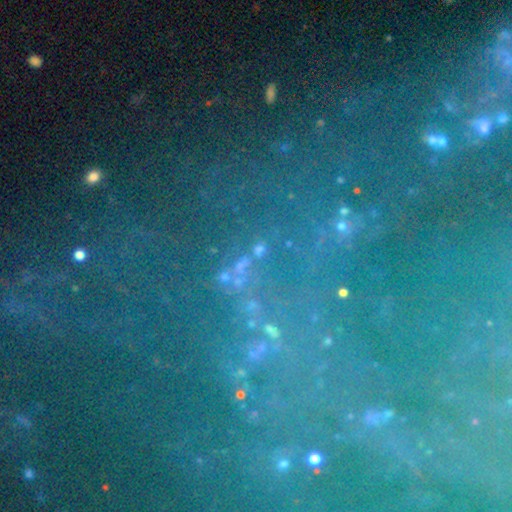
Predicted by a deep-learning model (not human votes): Overall: star or artifact (66%).